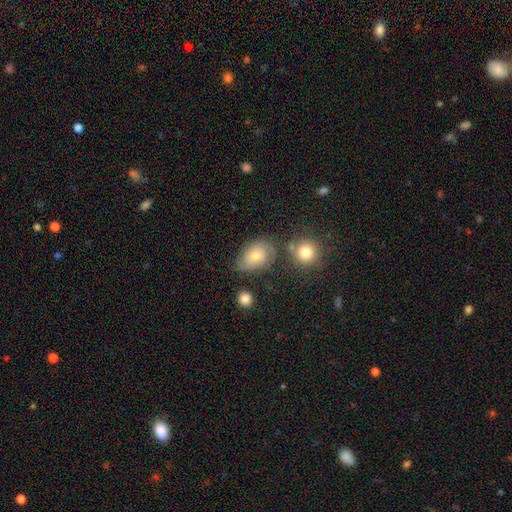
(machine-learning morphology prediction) This is marginally a smooth galaxy (45%, tied with featured or disk). Merging: likely none (60%).